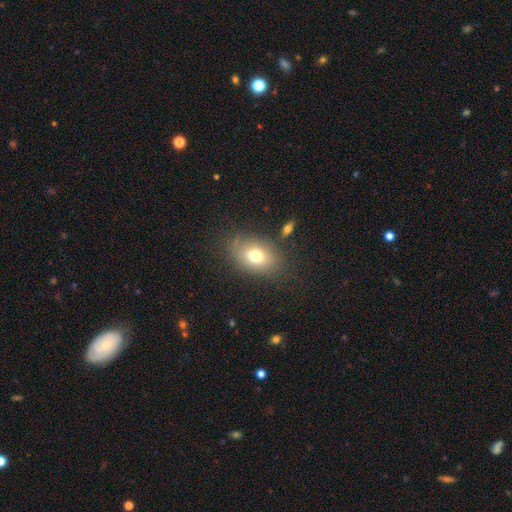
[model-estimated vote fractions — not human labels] The model was most divided on "smooth or featured": smooth: 72%, featured or disk: 17%, star or artifact: 11%. More confident: how rounded — in between (77%); merging — none (75%).